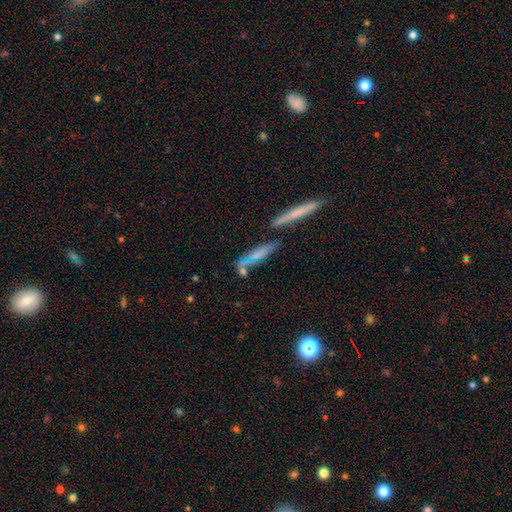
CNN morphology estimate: This appears to be a smooth galaxy with no disk features (50%). Merging: none (53%).